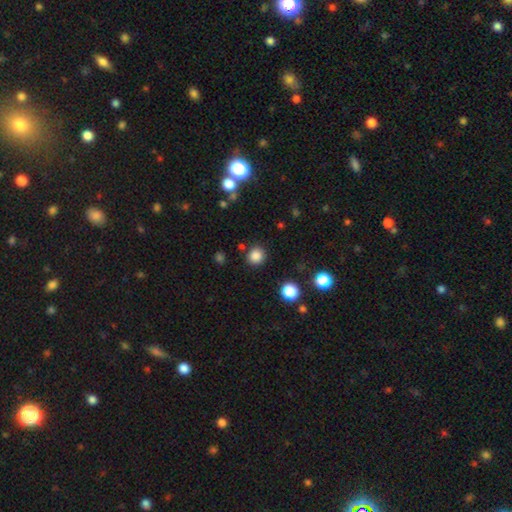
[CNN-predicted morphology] Smooth or featured? Predicted: smooth (p=0.84). How rounded? Predicted: round (p=0.89). Merging? Predicted: none (p=0.88).